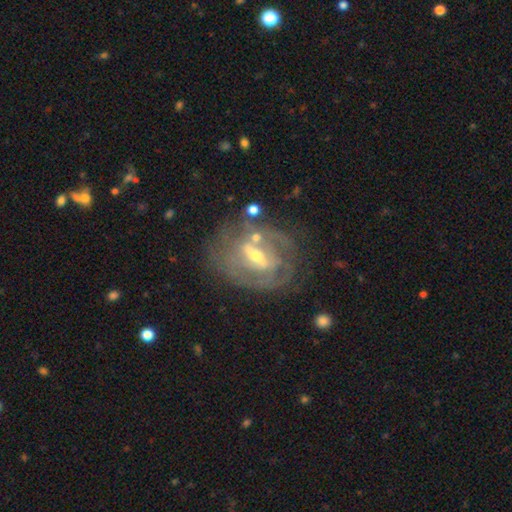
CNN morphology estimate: smooth-or-featured: featured or disk: 82% | smooth: 11% | star or artifact: 7%
  disk-edge-on: no: 93% | yes: 7%
    bar: strong: 51% | weak: 35% | no: 14%
    has-spiral-arms: yes: 77% | no: 23%
      spiral-winding: tight: 58% | medium: 31% | loose: 10%
      spiral-arm-count: can't tell: 40% | 2: 32% | 3: 14% | 1: 6% | 4: 5% | more than 4: 3%
    bulge-size: moderate: 48% | small: 45% | large: 4% | none: 2% | dominant: 1%
  merging: none: 63% | minor disturbance: 19% | major disturbance: 12% | merger: 6%